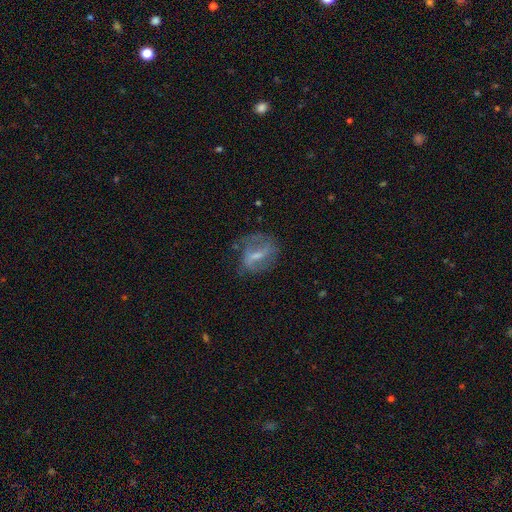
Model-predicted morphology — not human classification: A featured or disk galaxy (66%) with a weak bar (43%), spiral arms (71%) and a small central bulge (48%).

Vote fractions:
- Smooth or featured? featured or disk: 66% / smooth: 24% / star or artifact: 10%
- Edge-on disk? no: 92% / yes: 8%
- Bar? weak: 43% / strong: 40% / no: 17%
- Spiral arms? yes: 71% / no: 29%
- Bulge size? small: 48% / moderate: 34% / none: 14% / large: 3% / dominant: 1%
- Merging? none: 62% / minor disturbance: 22% / major disturbance: 15% / merger: 2%